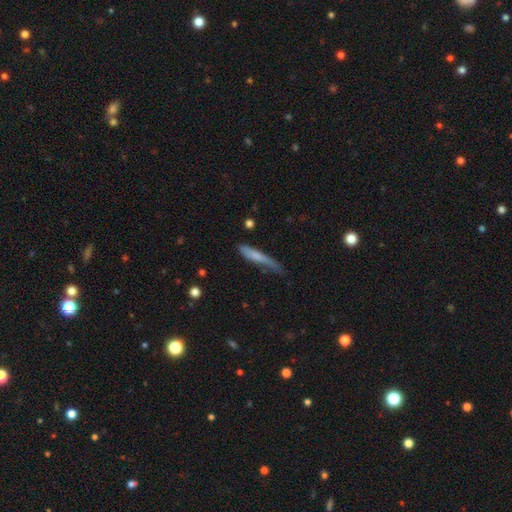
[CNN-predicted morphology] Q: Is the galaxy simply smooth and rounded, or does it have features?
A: smooth — 68%.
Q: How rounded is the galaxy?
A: cigar-shaped — 90%.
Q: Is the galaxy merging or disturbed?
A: none — 45%.